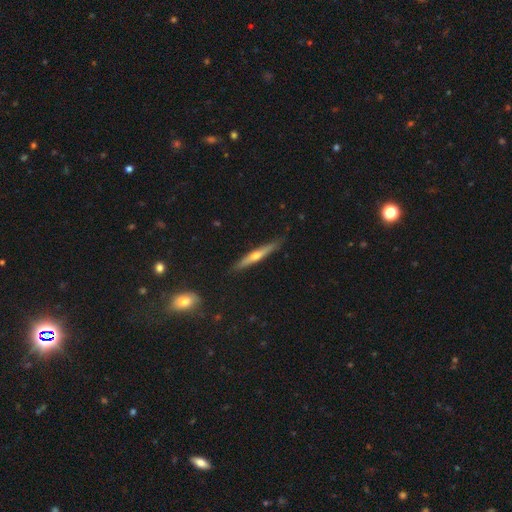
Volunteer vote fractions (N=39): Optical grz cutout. It shows a featured or disk galaxy (64%) viewed edge-on (92%) with a rounded central bulge (87%). Merging: none (84%).